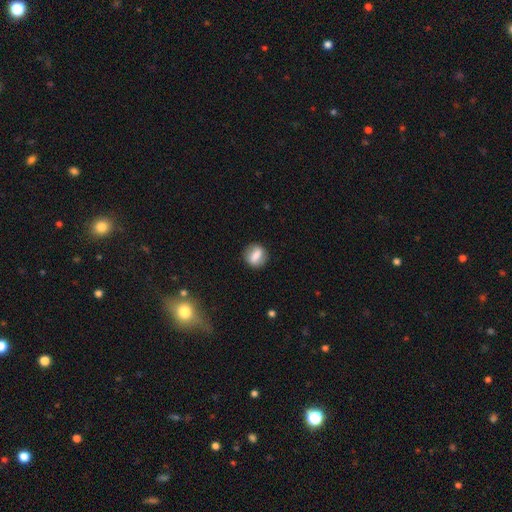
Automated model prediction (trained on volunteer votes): Smooth or featured: smooth — 67% (featured or disk — 25%)
How rounded: round — 59% (in between — 38%)
Merging: none — 84% (minor disturbance — 11%)